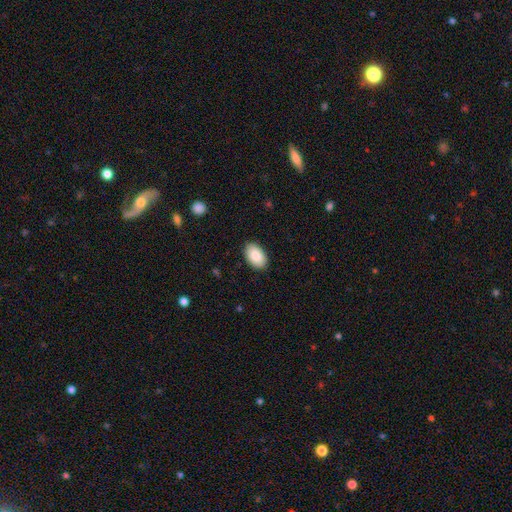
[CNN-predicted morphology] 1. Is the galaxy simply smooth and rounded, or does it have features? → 88% smooth, 6% star or artifact, 6% featured or disk.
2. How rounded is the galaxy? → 93% in between, 6% round, 1% cigar-shaped.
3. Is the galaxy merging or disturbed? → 88% none, 10% minor disturbance, 2% major disturbance, 1% merger.